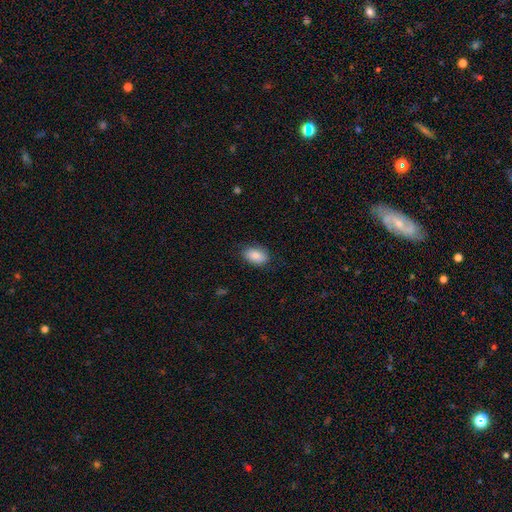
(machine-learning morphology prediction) Q: Smooth or featured?
A: smooth (86%); runner-up: star or artifact (7%)
Q: How rounded?
A: in between (90%); runner-up: round (8%)
Q: Merging?
A: none (82%); runner-up: minor disturbance (14%)